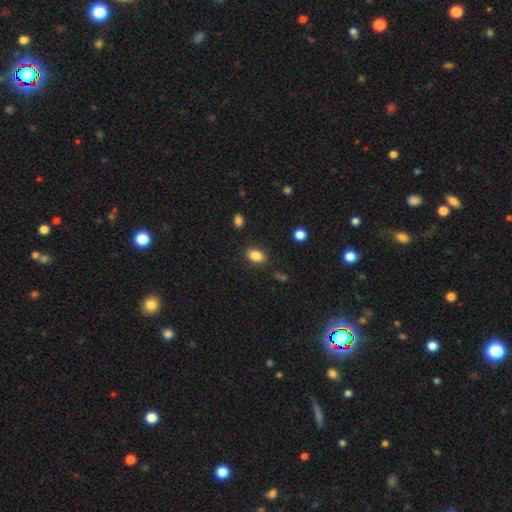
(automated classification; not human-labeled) A smooth galaxy with no disk features (85%) that is in between round and cigar-shaped (83%).

Vote fractions:
- Smooth or featured? smooth: 85% / star or artifact: 9% / featured or disk: 5%
- How rounded? in between: 83% / round: 16% / cigar-shaped: 2%
- Merging? none: 84% / minor disturbance: 11% / major disturbance: 3% / merger: 2%